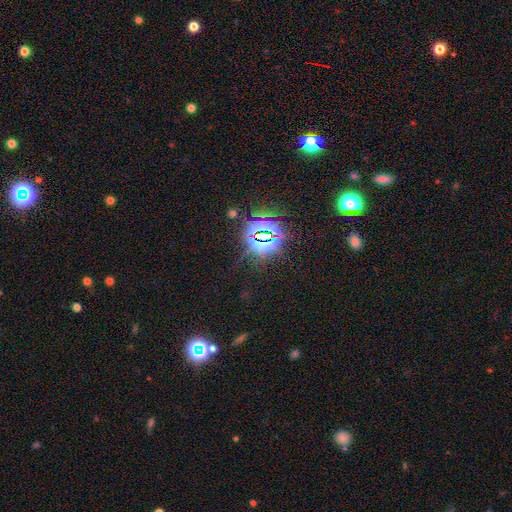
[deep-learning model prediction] The model was most divided on "smooth or featured": star or artifact: 82%, smooth: 11%, featured or disk: 7%.